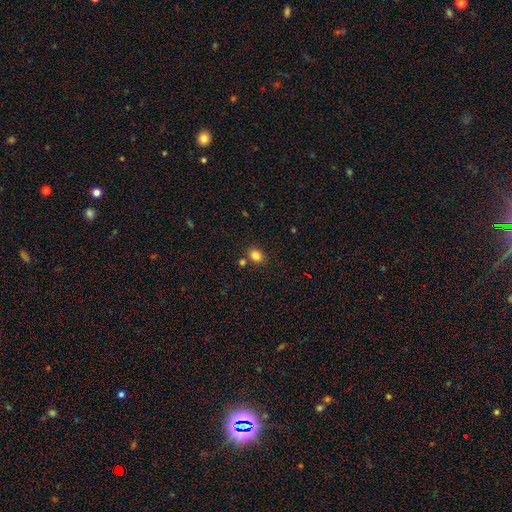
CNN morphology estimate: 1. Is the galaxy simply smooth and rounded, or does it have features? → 84% smooth, 12% star or artifact, 5% featured or disk.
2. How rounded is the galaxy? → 64% round, 35% in between, 1% cigar-shaped.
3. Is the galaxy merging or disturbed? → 78% none, 11% merger, 9% minor disturbance, 3% major disturbance.